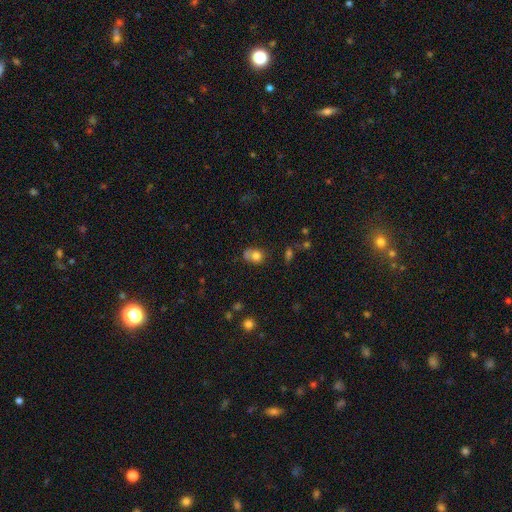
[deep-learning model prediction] Morphology: type=smooth (76%); roundness=round (50%); merging=none (44%).